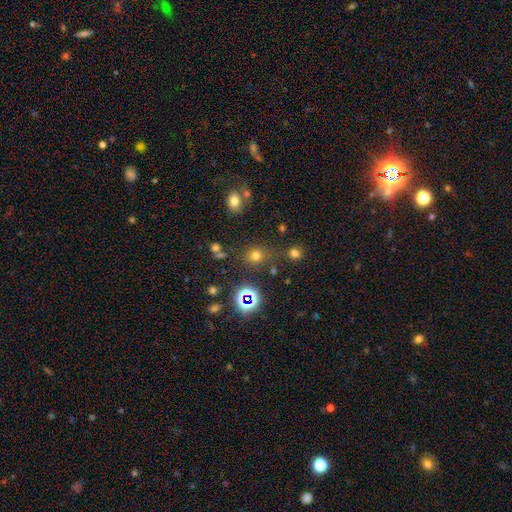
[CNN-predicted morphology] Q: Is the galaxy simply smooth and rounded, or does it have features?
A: smooth — 66%.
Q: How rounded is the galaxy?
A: round — 83%.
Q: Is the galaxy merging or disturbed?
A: none — 77%.